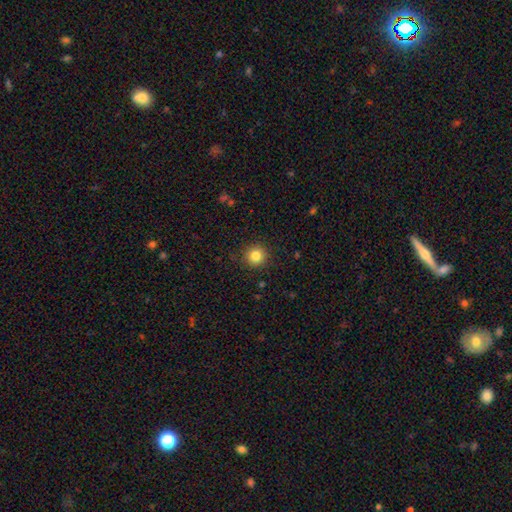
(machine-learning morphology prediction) The model was most divided on "smooth or featured": smooth: 84%, star or artifact: 11%, featured or disk: 5%. More confident: how rounded — round (94%); merging — none (91%).